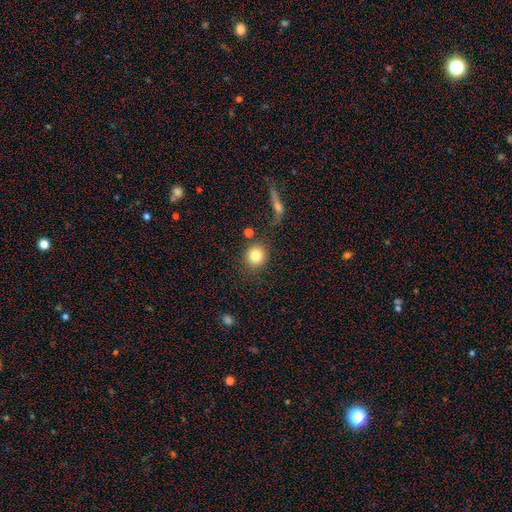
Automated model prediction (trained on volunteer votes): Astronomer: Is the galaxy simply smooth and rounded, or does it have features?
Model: smooth — 82%.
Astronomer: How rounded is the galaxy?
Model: round — 90%.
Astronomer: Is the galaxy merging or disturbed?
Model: none — 79%.